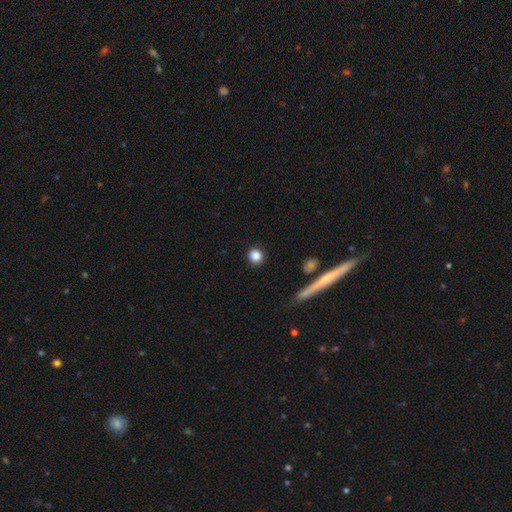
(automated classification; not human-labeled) Smooth or featured: smooth — 86% (star or artifact — 10%)
How rounded: round — 90% (in between — 9%)
Merging: none — 91% (minor disturbance — 6%)